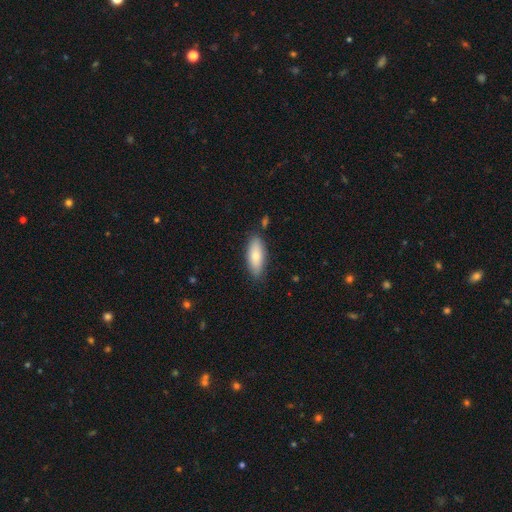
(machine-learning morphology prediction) A smooth galaxy with no disk features (77%) that is in between round and cigar-shaped (77%).

Vote fractions:
- Smooth or featured? smooth: 77% / featured or disk: 16% / star or artifact: 6%
- How rounded? in between: 77% / cigar-shaped: 20% / round: 2%
- Merging? none: 82% / minor disturbance: 13% / merger: 2% / major disturbance: 2%